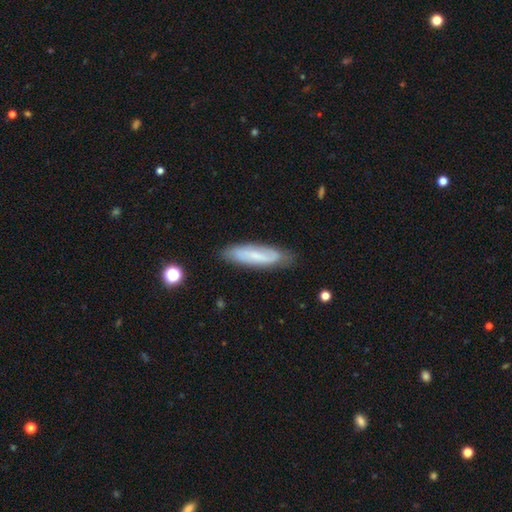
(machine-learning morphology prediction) Smooth or featured? smooth (50%)
How rounded? cigar-shaped (60%)
Merging? none (77%)